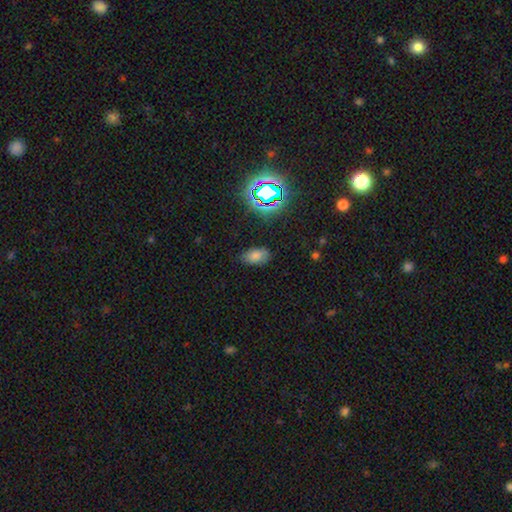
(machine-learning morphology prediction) Q: Smooth or featured?
A: smooth (73%); runner-up: star or artifact (18%)
Q: How rounded?
A: in between (92%); runner-up: round (6%)
Q: Merging?
A: none (82%); runner-up: minor disturbance (13%)